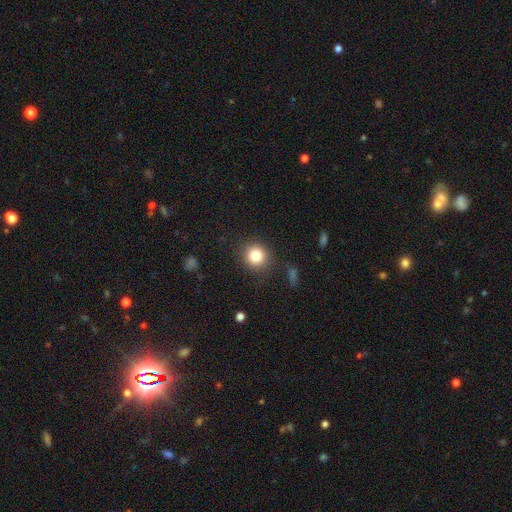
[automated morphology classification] type=smooth (83%); roundness=round (90%); merging=none (87%).